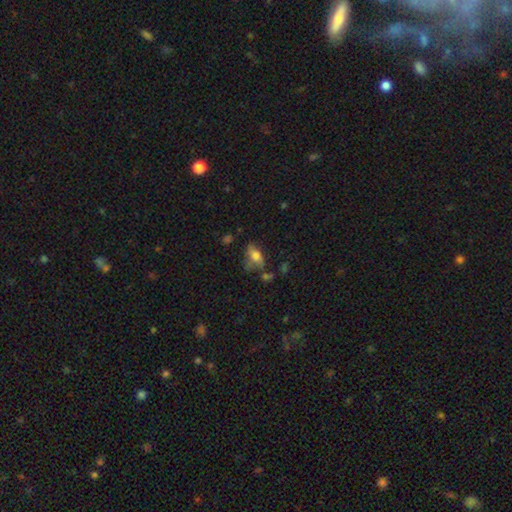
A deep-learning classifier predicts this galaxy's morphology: smooth_or_featured: smooth (p=0.65) [alt: featured or disk p=0.24]
how_rounded: in between (p=0.83) [alt: round p=0.11]
merging: none (p=0.39) [alt: minor disturbance p=0.29]